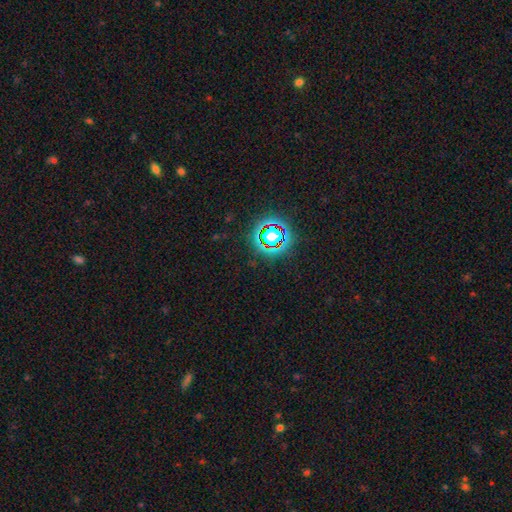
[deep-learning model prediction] star or artifact 80%, smooth 12%, featured or disk 7%.